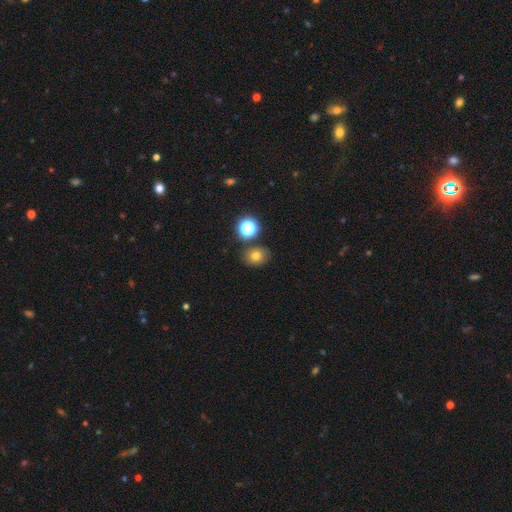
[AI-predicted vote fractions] This appears to be a smooth galaxy with no disk features (72%) that is round (64%). Merging: none (79%).